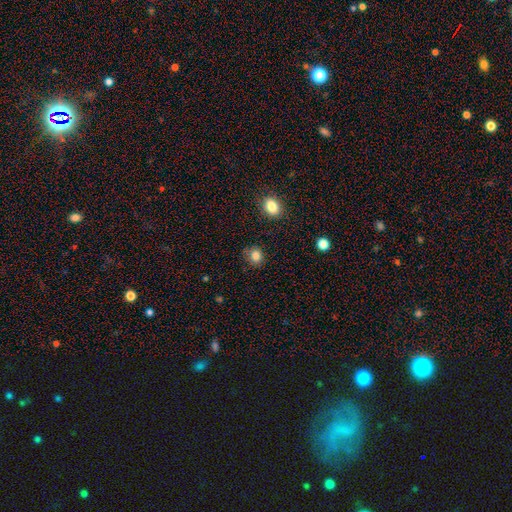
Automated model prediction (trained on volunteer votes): Morphology: type=smooth (83%); roundness=round (73%); merging=none (79%).